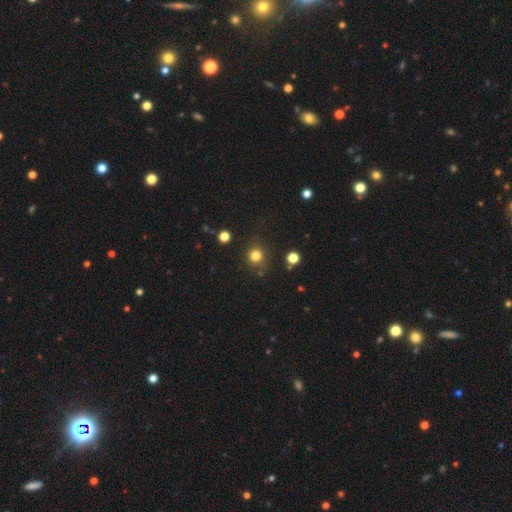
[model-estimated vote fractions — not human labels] Smooth or featured?
  - smooth: 80% *
  - star or artifact: 14%
  - featured or disk: 6%
How rounded?
  - round: 90% *
  - in between: 10%
  - cigar-shaped: 1%
Merging?
  - none: 81% *
  - minor disturbance: 11%
  - major disturbance: 4%
  - merger: 3%